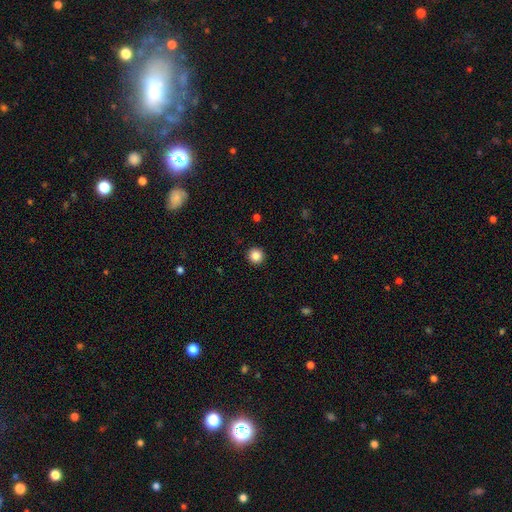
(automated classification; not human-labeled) Smooth or featured?
  - smooth: 86% *
  - star or artifact: 10%
  - featured or disk: 4%
How rounded?
  - round: 96% *
  - in between: 3%
  - cigar-shaped: 1%
Merging?
  - none: 93% *
  - minor disturbance: 4%
  - major disturbance: 1%
  - merger: 1%